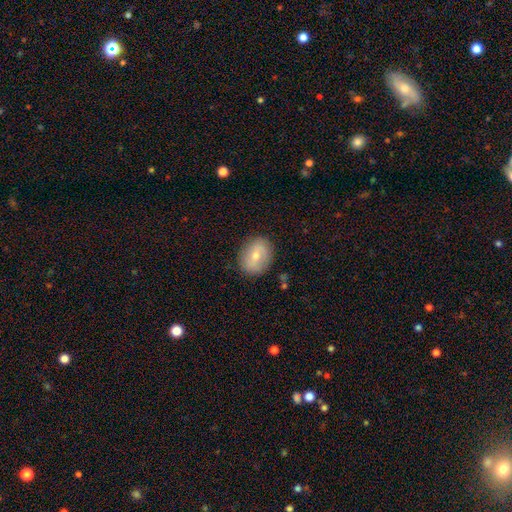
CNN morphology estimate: smooth_or_featured: smooth (p=0.62) [alt: featured or disk p=0.30]
how_rounded: in between (p=0.56) [alt: round p=0.42]
merging: none (p=0.85) [alt: minor disturbance p=0.11]